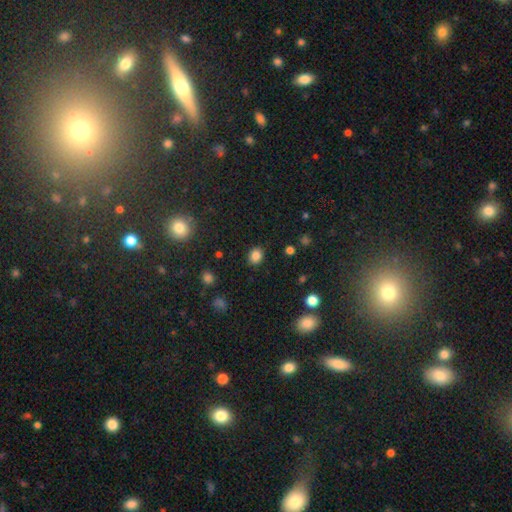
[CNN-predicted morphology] A smooth galaxy with no disk features (83%) that is round (51%).

Vote fractions:
- Smooth or featured? smooth: 83% / star or artifact: 12% / featured or disk: 5%
- How rounded? round: 51% / in between: 48% / cigar-shaped: 1%
- Merging? none: 86% / minor disturbance: 9% / major disturbance: 3% / merger: 2%